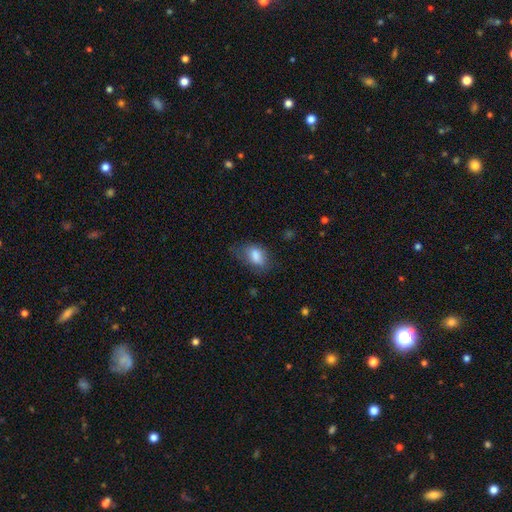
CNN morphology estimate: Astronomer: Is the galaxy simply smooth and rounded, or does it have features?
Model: smooth — 81%.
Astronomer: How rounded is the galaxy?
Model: in between — 87%.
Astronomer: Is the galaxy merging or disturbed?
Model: none — 50% (runner-up: minor disturbance, 32%).